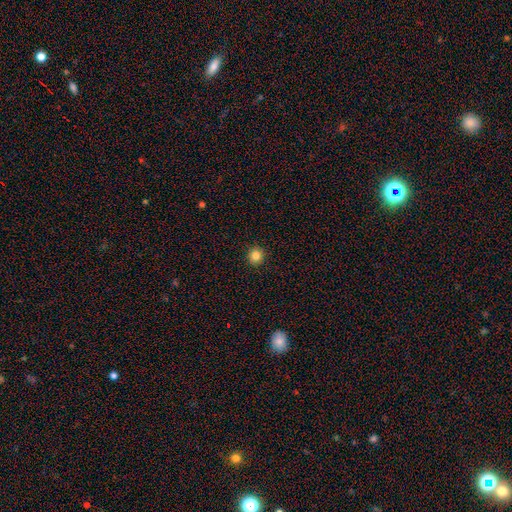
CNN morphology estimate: Overall: smooth (84%). How rounded: round (89%). Merging: none (92%).